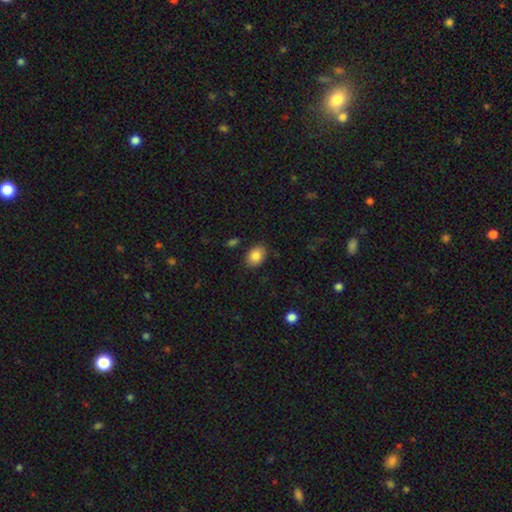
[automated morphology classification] Q: Smooth or featured?
A: smooth (85%); runner-up: star or artifact (8%)
Q: How rounded?
A: in between (78%); runner-up: round (21%)
Q: Merging?
A: none (85%); runner-up: minor disturbance (10%)